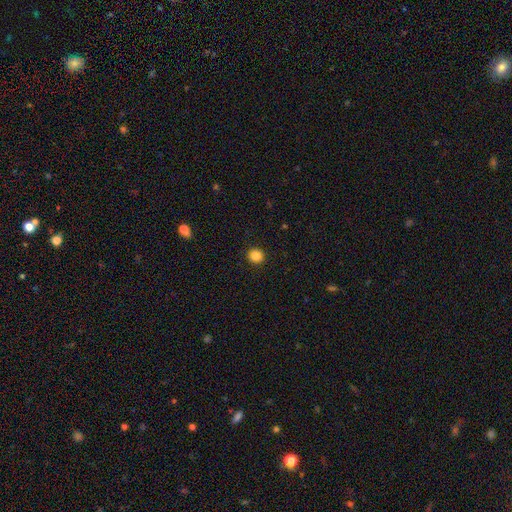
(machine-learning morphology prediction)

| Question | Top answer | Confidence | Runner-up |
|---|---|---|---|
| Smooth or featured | smooth | 85% | star or artifact (11%) |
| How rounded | round | 89% | in between (10%) |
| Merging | none | 92% | minor disturbance (5%) |